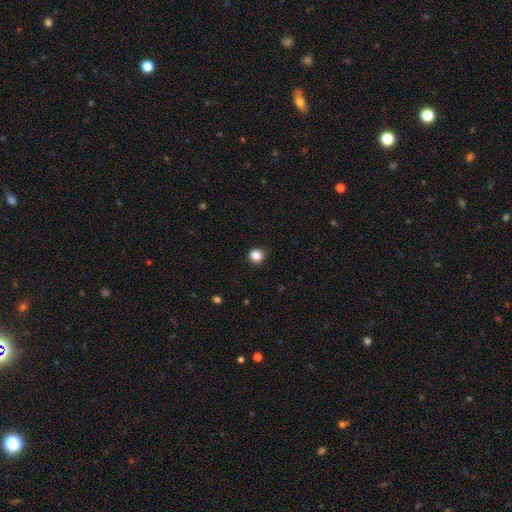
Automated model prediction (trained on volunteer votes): Smooth or featured: smooth — 86% (star or artifact — 11%)
How rounded: round — 93% (in between — 6%)
Merging: none — 91% (minor disturbance — 6%)